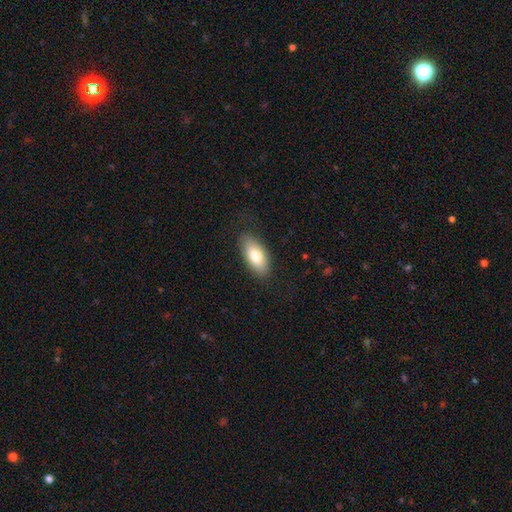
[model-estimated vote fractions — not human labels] A smooth galaxy with no disk features (78%) that is in between round and cigar-shaped (89%). Merging: none (83%).